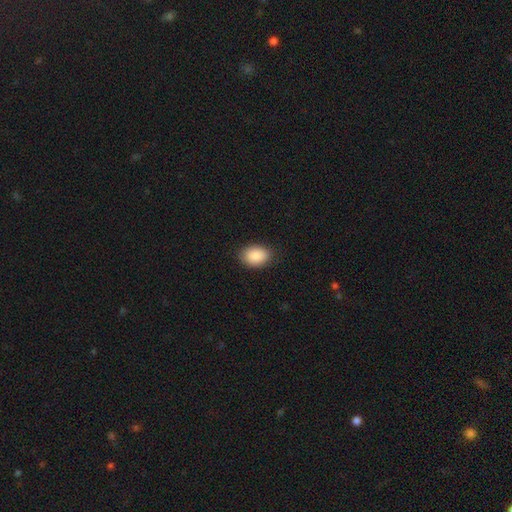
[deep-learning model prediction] Q: Smooth or featured?
A: smooth (89%); runner-up: star or artifact (7%)
Q: How rounded?
A: in between (82%); runner-up: round (17%)
Q: Merging?
A: none (84%); runner-up: minor disturbance (13%)